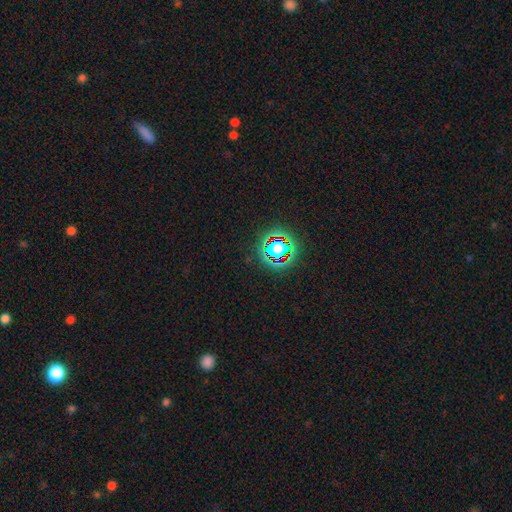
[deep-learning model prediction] This appears to be a star or artifact, not a galaxy (79%).